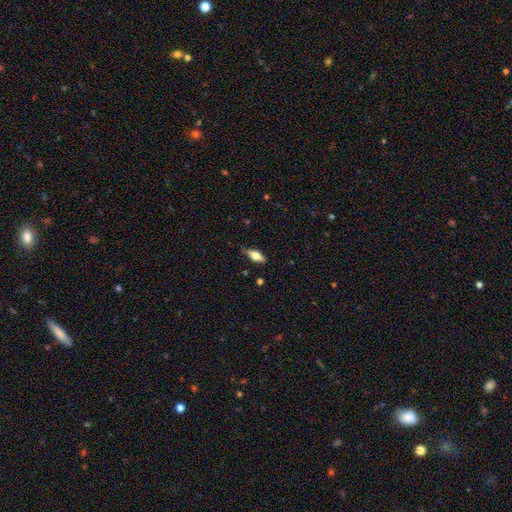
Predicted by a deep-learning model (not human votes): smooth_or_featured: smooth (p=0.50) [alt: featured or disk p=0.42]
how_rounded: in between (p=0.67) [alt: cigar-shaped p=0.29]
merging: none (p=0.74) [alt: minor disturbance p=0.20]